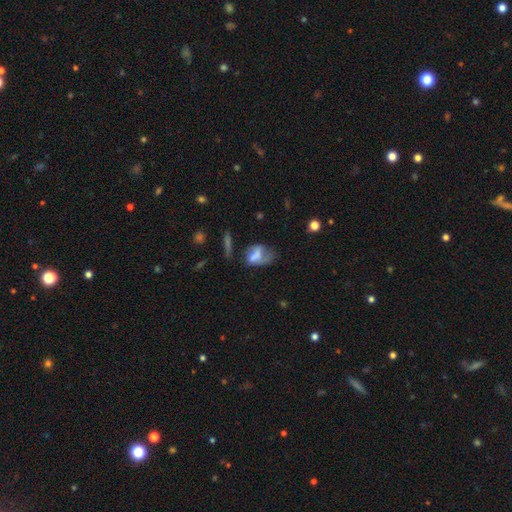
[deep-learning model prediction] This appears to be a smooth galaxy with no disk features (52%) that is in between round and cigar-shaped (79%). Merging: major disturbance (32%).